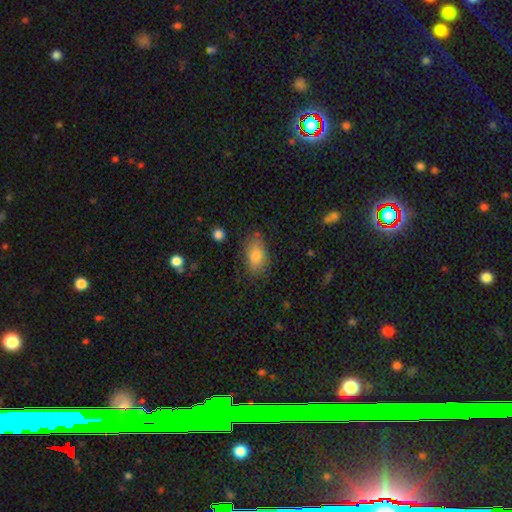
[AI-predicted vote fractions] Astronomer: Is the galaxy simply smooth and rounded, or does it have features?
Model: smooth — 80%.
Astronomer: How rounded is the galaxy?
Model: in between — 89%.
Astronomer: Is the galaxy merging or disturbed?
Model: none — 77%.